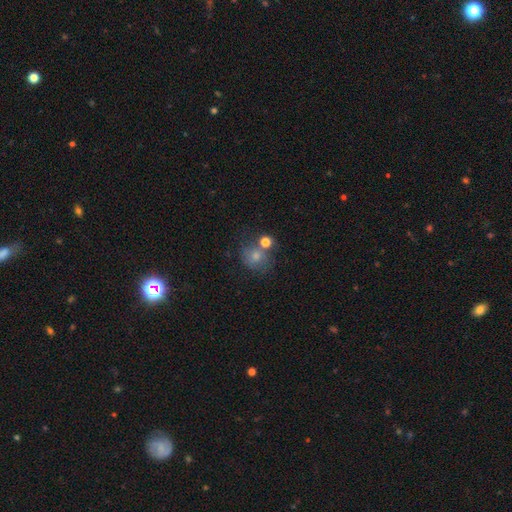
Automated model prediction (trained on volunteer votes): smooth 54%, star or artifact 27%, featured or disk 19%. Down the decision tree: how rounded — round (82%); merging — none (61%).